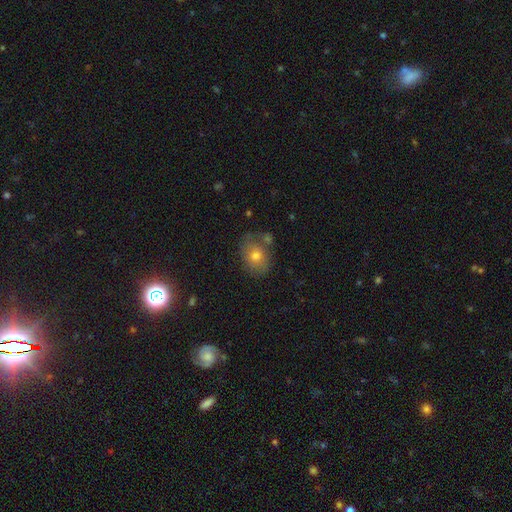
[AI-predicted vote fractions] Overall: smooth (73%). How rounded: in between (62%; round 37%). Merging: none (65%).